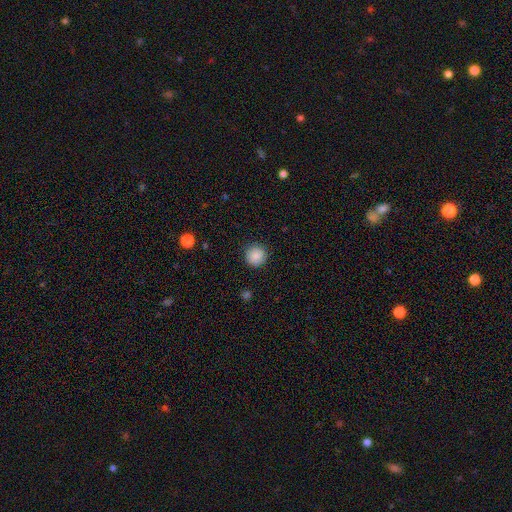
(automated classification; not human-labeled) smooth-or-featured: smooth: 87% | star or artifact: 9% | featured or disk: 3%
  how-rounded: round: 95% | in between: 4% | cigar-shaped: 1%
  merging: none: 91% | minor disturbance: 6% | major disturbance: 2% | merger: 1%